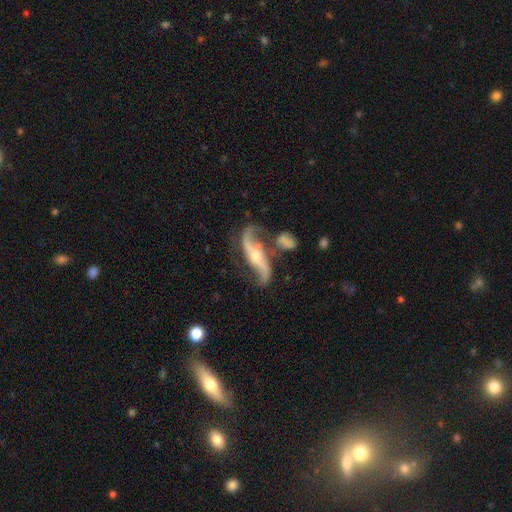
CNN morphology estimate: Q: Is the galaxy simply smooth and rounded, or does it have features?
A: featured or disk — 88%.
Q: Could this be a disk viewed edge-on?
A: no — 88%.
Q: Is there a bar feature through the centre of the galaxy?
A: no — 40%.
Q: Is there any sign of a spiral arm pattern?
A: yes — 95%.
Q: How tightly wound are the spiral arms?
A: loose — 74%.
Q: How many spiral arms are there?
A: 2 — 92%.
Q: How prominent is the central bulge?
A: moderate — 52%.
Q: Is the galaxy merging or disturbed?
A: none — 56%.